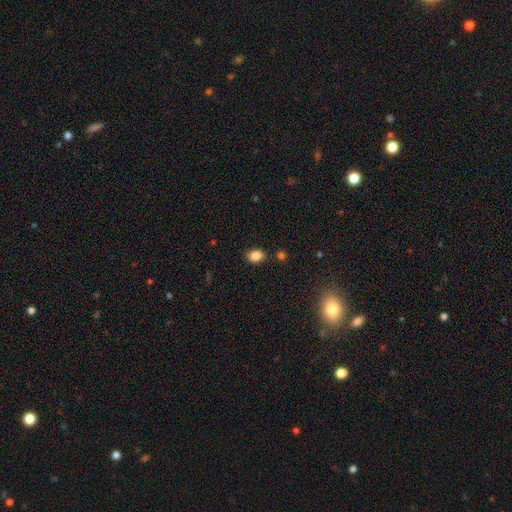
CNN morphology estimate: A smooth galaxy with no disk features (85%) that is in between round and cigar-shaped (73%).

Vote fractions:
- Smooth or featured? smooth: 85% / star or artifact: 10% / featured or disk: 5%
- How rounded? in between: 73% / round: 26% / cigar-shaped: 1%
- Merging? none: 83% / minor disturbance: 11% / merger: 3% / major disturbance: 3%